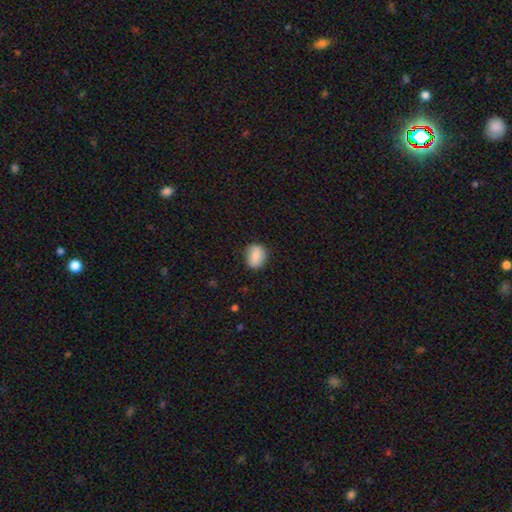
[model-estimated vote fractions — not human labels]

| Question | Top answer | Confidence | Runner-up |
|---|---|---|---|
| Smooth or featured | smooth | 80% | featured or disk (12%) |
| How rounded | round | 53% | in between (45%) |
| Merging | none | 80% | minor disturbance (15%) |